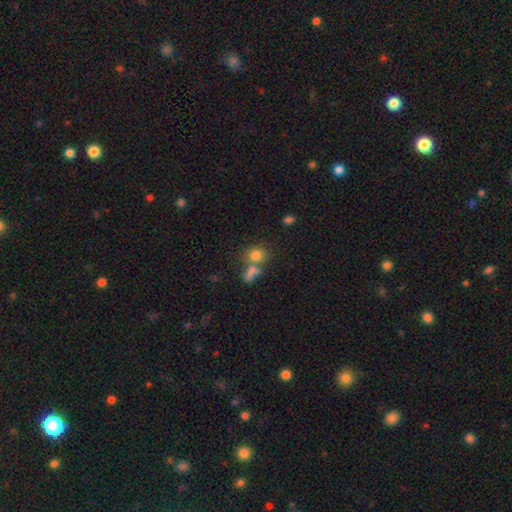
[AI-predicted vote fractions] smooth-or-featured: smooth: 78% | star or artifact: 12% | featured or disk: 10%
  how-rounded: round: 68% | in between: 30% | cigar-shaped: 2%
  merging: none: 50% | merger: 34% | minor disturbance: 11% | major disturbance: 6%